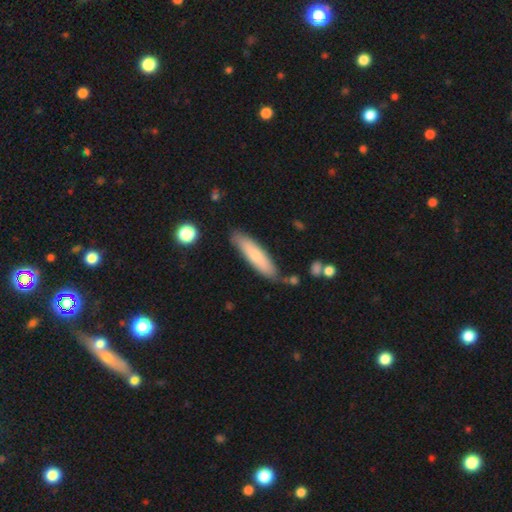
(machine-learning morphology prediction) Smooth or featured?
  - smooth: 72% *
  - featured or disk: 22%
  - star or artifact: 6%
How rounded?
  - cigar-shaped: 77% *
  - in between: 22%
  - round: 1%
Merging?
  - none: 76% *
  - minor disturbance: 16%
  - merger: 5%
  - major disturbance: 3%